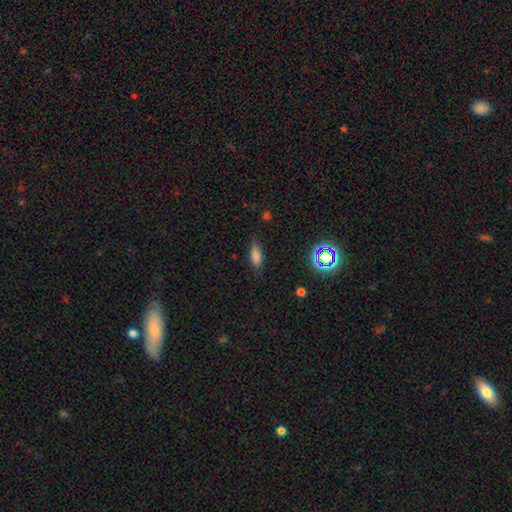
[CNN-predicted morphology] Smooth or featured? Predicted: smooth (p=0.78). How rounded? Predicted: in between (p=0.69). Merging? Predicted: none (p=0.81).